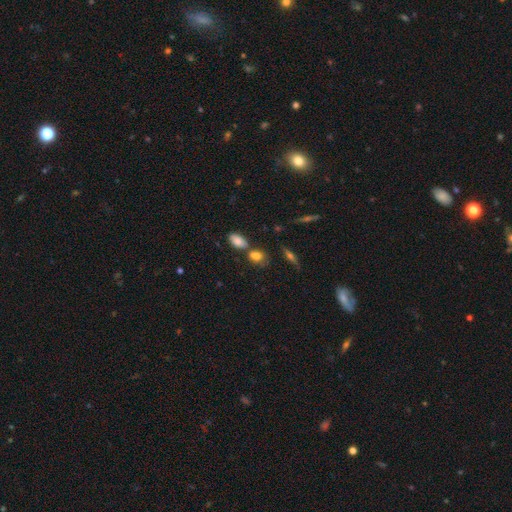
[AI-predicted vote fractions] The model was most divided on "merging": none: 51%, merger: 31%, minor disturbance: 13%, major disturbance: 5%. More confident: smooth or featured — smooth (78%); how rounded — in between (77%).